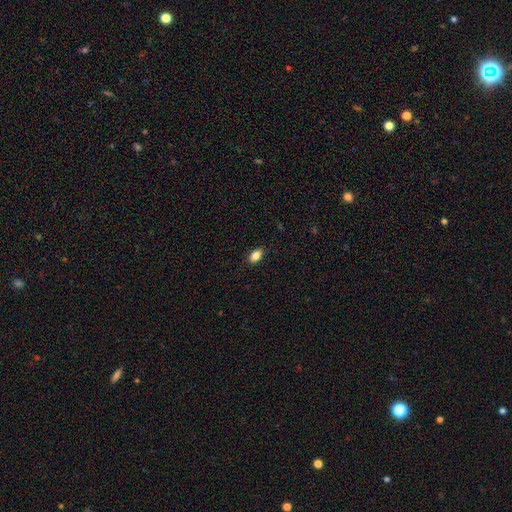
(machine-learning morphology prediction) smooth-or-featured: smooth: 86% | star or artifact: 9% | featured or disk: 6%
  how-rounded: in between: 88% | round: 9% | cigar-shaped: 3%
  merging: none: 88% | minor disturbance: 9% | major disturbance: 2% | merger: 1%